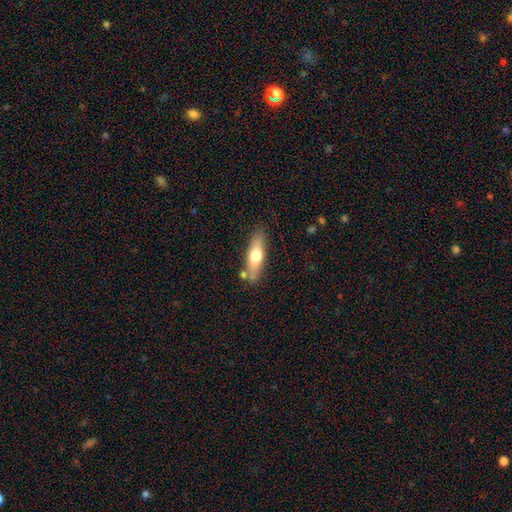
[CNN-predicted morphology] Smooth or featured: smooth — 59% (featured or disk — 35%)
How rounded: cigar-shaped — 54% (in between — 43%)
Merging: none — 77% (minor disturbance — 14%)